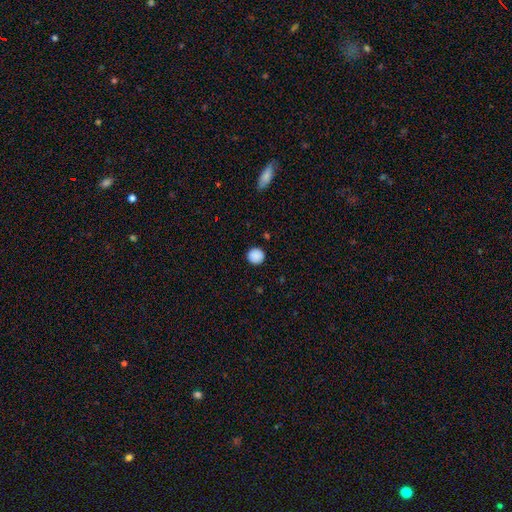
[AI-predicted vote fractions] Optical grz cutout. It shows a smooth galaxy with no disk features (89%) that is round (94%). Merging: none (91%).